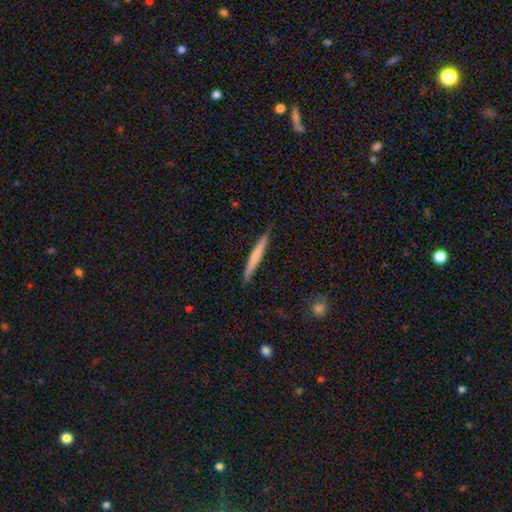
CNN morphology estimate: smooth_or_featured: smooth (p=0.57) [alt: featured or disk p=0.38]
how_rounded: cigar-shaped (p=0.96) [alt: in between p=0.02]
merging: none (p=0.88) [alt: minor disturbance p=0.09]